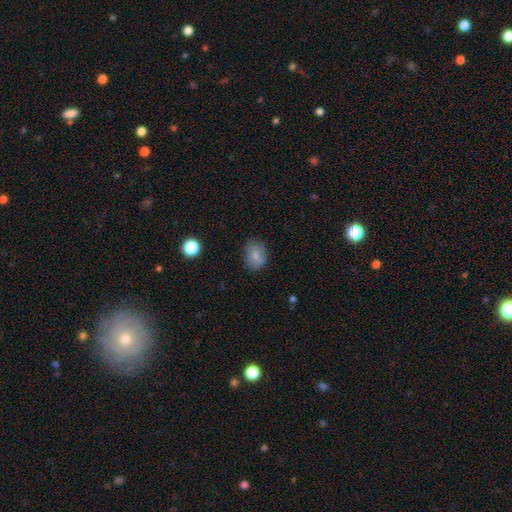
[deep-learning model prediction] Overall: smooth (80%). How rounded: in between (66%; round 33%). Merging: none (77%).